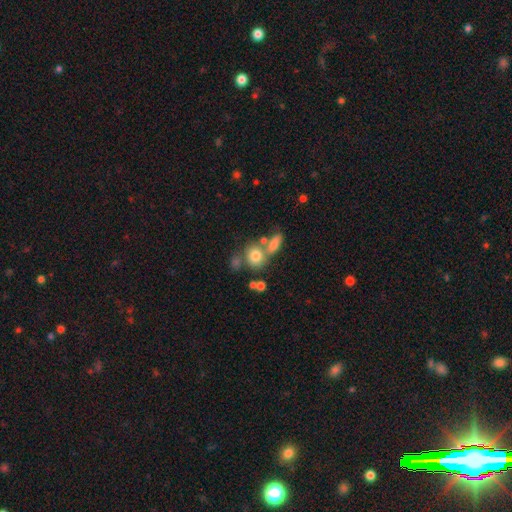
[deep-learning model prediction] Overall: smooth (76%). How rounded: round (70%). Merging: none (51%; merger 32%).